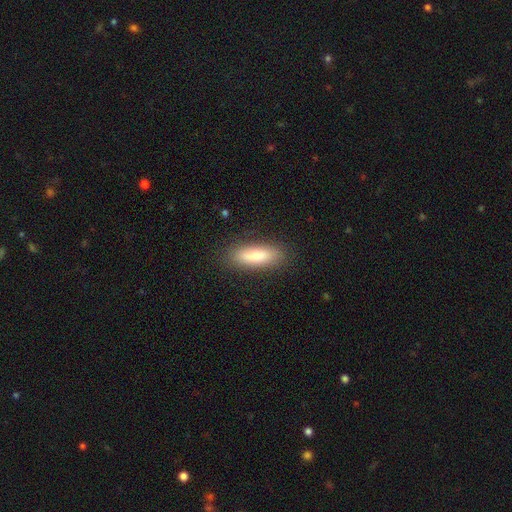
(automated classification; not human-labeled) smooth_or_featured: smooth (p=0.84) [alt: featured or disk p=0.09]
how_rounded: in between (p=0.49) [tied with: cigar-shaped p=0.49]
merging: none (p=0.86) [alt: minor disturbance p=0.10]